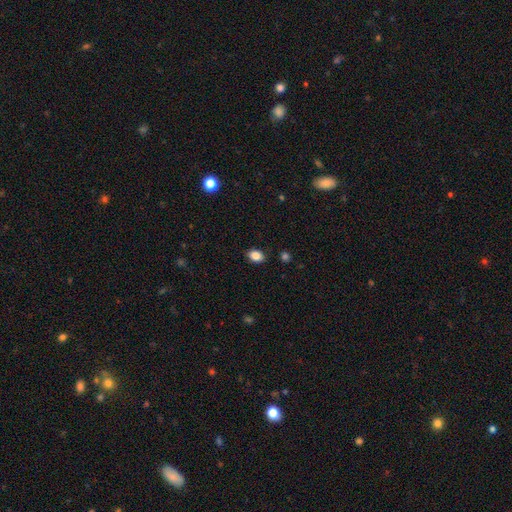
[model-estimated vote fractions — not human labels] Smooth or featured? smooth (87%)
How rounded? in between (76%)
Merging? none (87%)